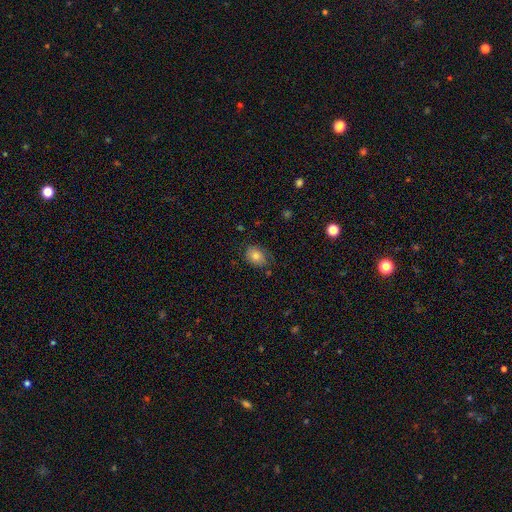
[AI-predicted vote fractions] Smooth or featured? Predicted: smooth (p=0.74). How rounded? Predicted: in between (p=0.64). Merging? Predicted: none (p=0.69).